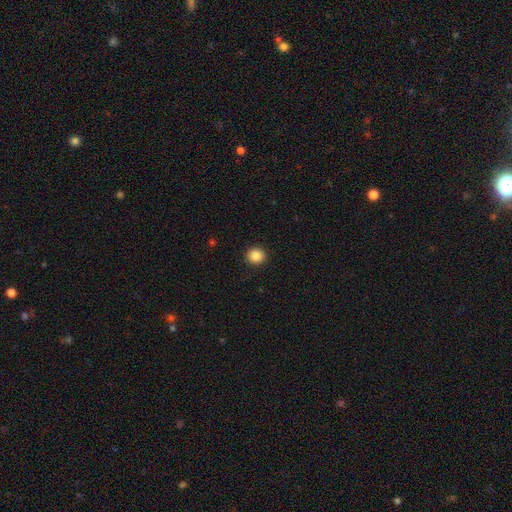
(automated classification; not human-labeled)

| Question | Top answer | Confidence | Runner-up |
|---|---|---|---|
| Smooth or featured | smooth | 86% | star or artifact (10%) |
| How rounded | round | 88% | in between (11%) |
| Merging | none | 92% | minor disturbance (5%) |